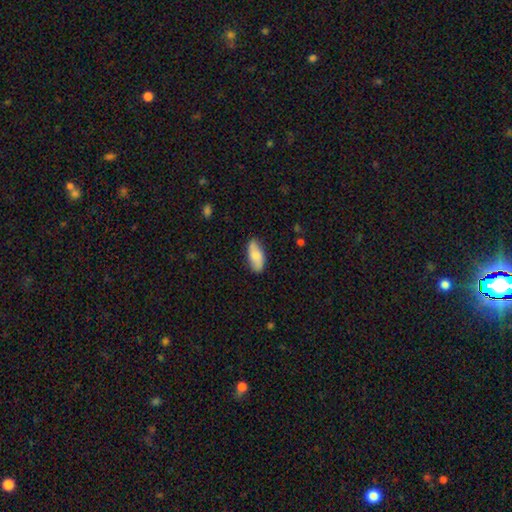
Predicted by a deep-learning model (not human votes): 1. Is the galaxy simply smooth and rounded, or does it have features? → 72% smooth, 22% featured or disk, 6% star or artifact.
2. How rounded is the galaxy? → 86% in between, 11% cigar-shaped, 3% round.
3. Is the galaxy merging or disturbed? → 82% none, 14% minor disturbance, 3% major disturbance, 1% merger.